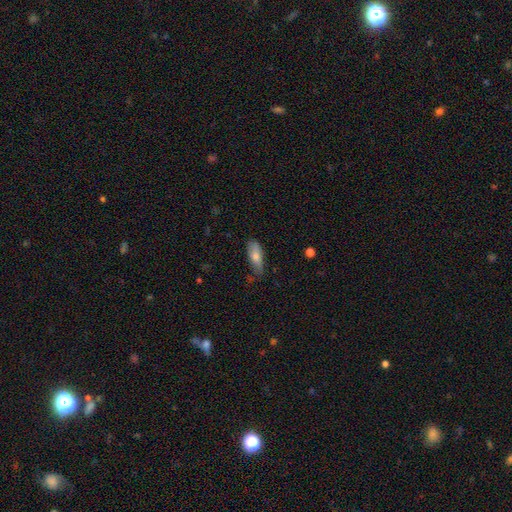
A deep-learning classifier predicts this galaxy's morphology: A smooth galaxy with no disk features (76%) that is in between round and cigar-shaped (67%). Merging: none (63%).